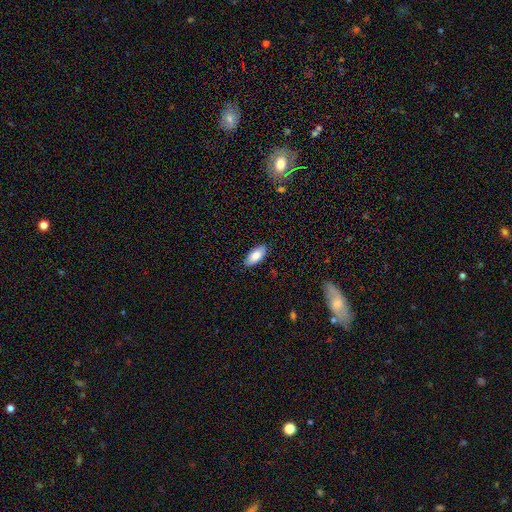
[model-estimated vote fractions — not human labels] The model was most divided on "smooth or featured": smooth: 84%, featured or disk: 10%, star or artifact: 6%. More confident: how rounded — in between (89%); merging — none (88%).